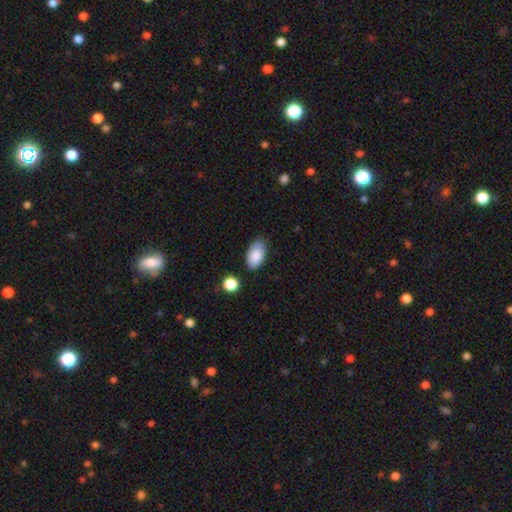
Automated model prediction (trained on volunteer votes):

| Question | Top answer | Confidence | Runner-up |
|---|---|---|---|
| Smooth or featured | smooth | 86% | star or artifact (7%) |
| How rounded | in between | 94% | round (4%) |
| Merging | none | 75% | minor disturbance (18%) |